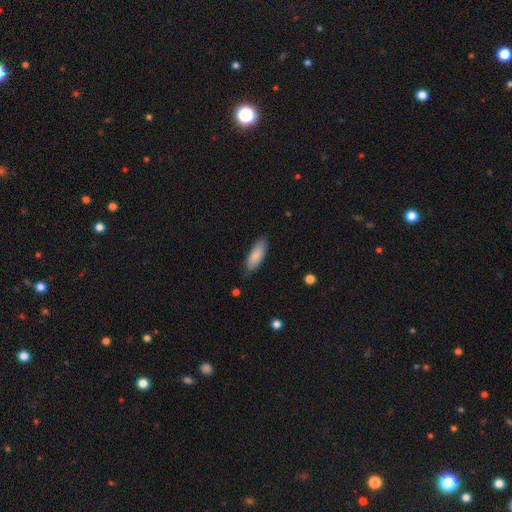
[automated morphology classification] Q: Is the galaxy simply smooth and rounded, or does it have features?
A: smooth — 87%.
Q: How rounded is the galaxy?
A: in between — 69%.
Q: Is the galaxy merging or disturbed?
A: none — 82%.